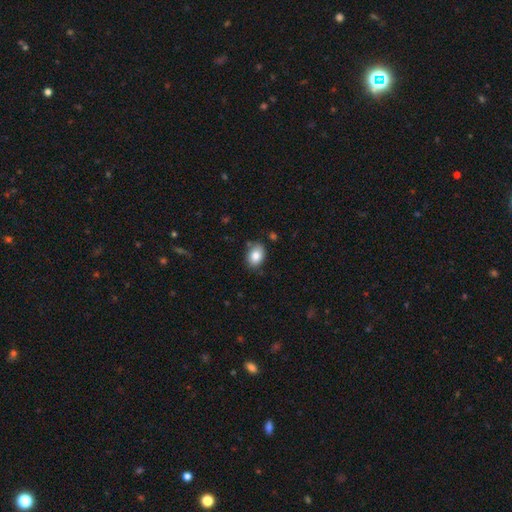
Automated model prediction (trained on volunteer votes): smooth-or-featured: smooth: 84% | featured or disk: 8% | star or artifact: 8%
  how-rounded: in between: 76% | round: 23% | cigar-shaped: 1%
  merging: none: 79% | minor disturbance: 15% | major disturbance: 3% | merger: 3%